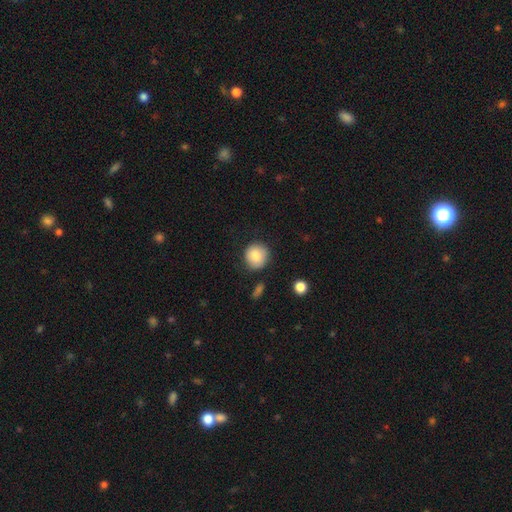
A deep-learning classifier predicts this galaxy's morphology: smooth 84%, featured or disk 8%, star or artifact 8%. Down the decision tree: how rounded — round (89%); merging — none (82%).